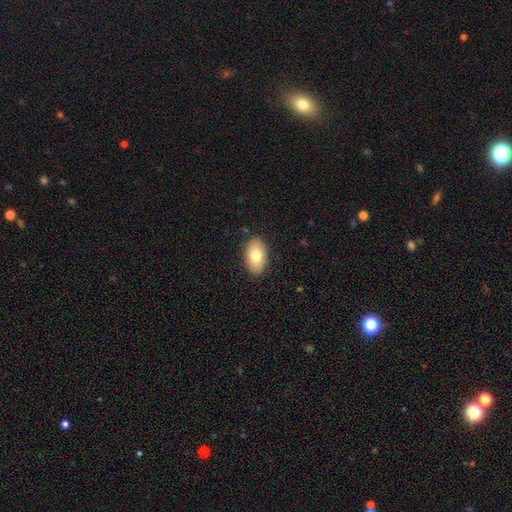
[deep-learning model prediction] Smooth or featured?
  - smooth: 79% *
  - featured or disk: 15%
  - star or artifact: 6%
How rounded?
  - in between: 94% *
  - round: 5%
  - cigar-shaped: 1%
Merging?
  - none: 87% *
  - minor disturbance: 10%
  - major disturbance: 2%
  - merger: 1%